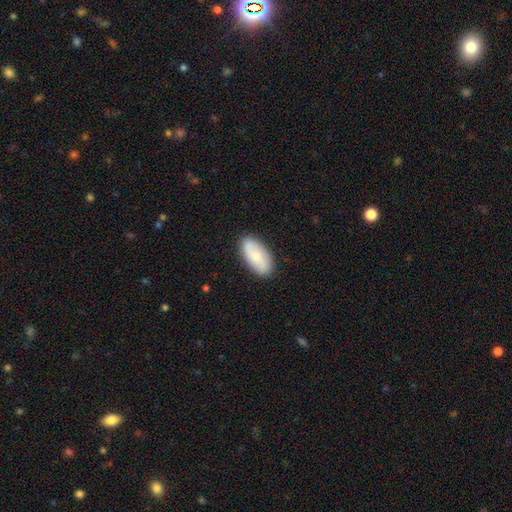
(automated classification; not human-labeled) A smooth galaxy with no disk features (65%) that is in between round and cigar-shaped (92%).

Vote fractions:
- Smooth or featured? smooth: 65% / featured or disk: 29% / star or artifact: 6%
- How rounded? in between: 92% / cigar-shaped: 6% / round: 3%
- Merging? none: 86% / minor disturbance: 11% / major disturbance: 2% / merger: 1%